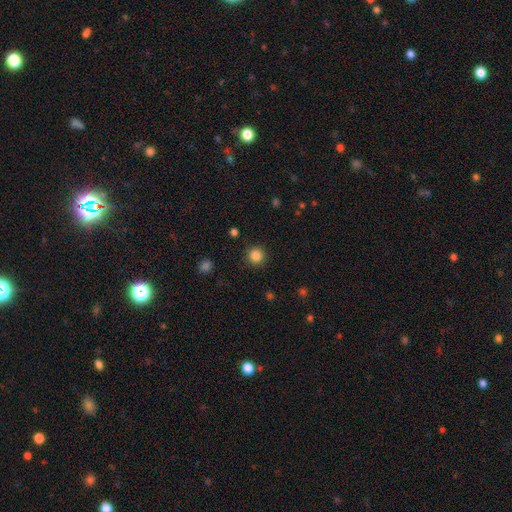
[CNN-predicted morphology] smooth_or_featured: smooth (p=0.85) [alt: star or artifact p=0.11]
how_rounded: round (p=0.94) [alt: in between p=0.06]
merging: none (p=0.91) [alt: minor disturbance p=0.06]